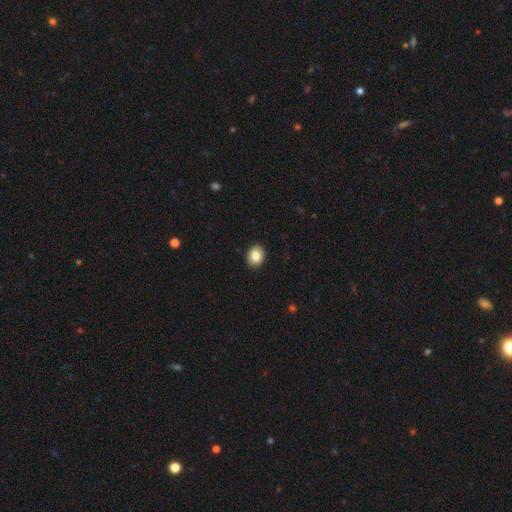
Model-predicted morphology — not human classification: Overall: smooth (85%). How rounded: round (57%; in between 42%). Merging: none (92%).